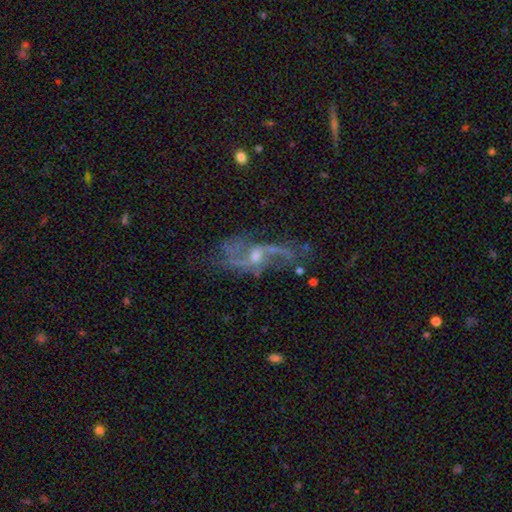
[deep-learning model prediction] The model was most divided on "bulge size": small: 51%, moderate: 41%, none: 5%, large: 2%, dominant: 1%. More confident: edge-on disk — no (90%); spiral arms — yes (88%); smooth or featured — featured or disk (77%); spiral arm count — 2 (71%); spiral winding — loose (67%); merging — none (58%); bar — no (53%).